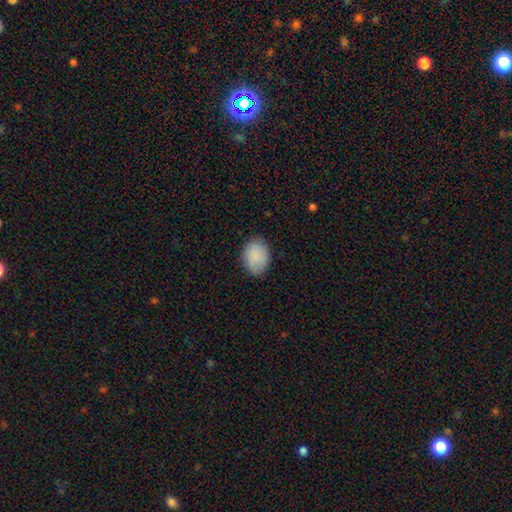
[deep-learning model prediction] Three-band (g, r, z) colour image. It shows a smooth galaxy with no disk features (88%) that is in between round and cigar-shaped (66%). Merging: none (83%).